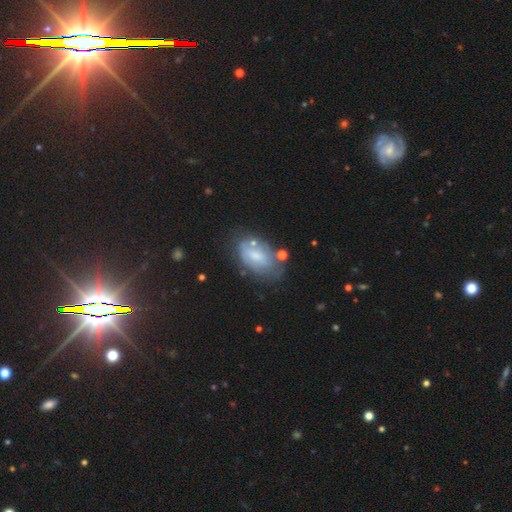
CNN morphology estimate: This is possibly a smooth galaxy (48%). Merging: possibly none (55%).